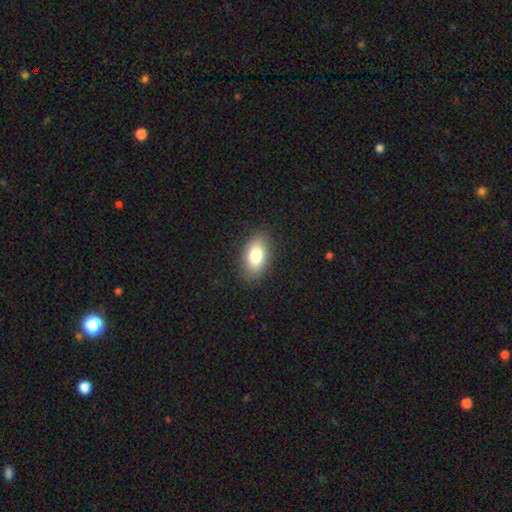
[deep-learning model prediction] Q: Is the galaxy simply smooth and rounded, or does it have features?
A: smooth — 80%.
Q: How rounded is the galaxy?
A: in between — 90%.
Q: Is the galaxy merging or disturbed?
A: none — 87%.